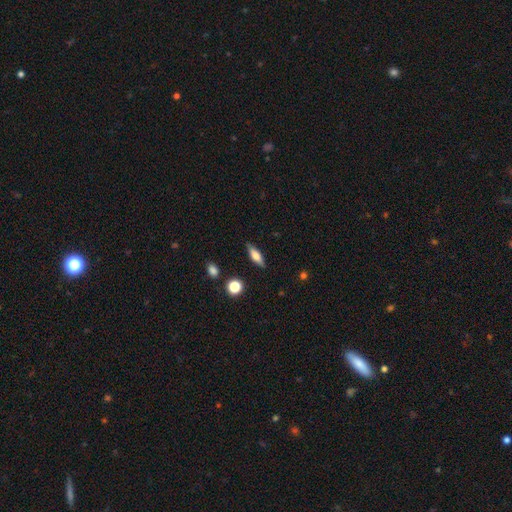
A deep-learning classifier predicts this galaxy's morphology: Smooth or featured? Predicted: smooth (p=0.61). How rounded? Predicted: in between (p=0.52). Merging? Predicted: none (p=0.86).